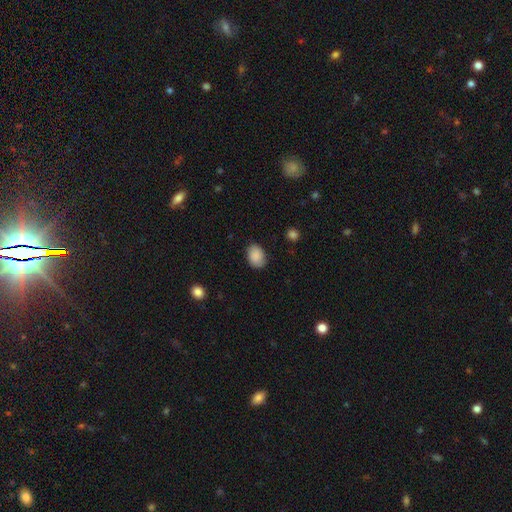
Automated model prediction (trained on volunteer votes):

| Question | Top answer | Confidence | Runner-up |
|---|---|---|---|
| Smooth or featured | smooth | 89% | star or artifact (7%) |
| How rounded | in between | 71% | round (28%) |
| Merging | none | 83% | minor disturbance (13%) |